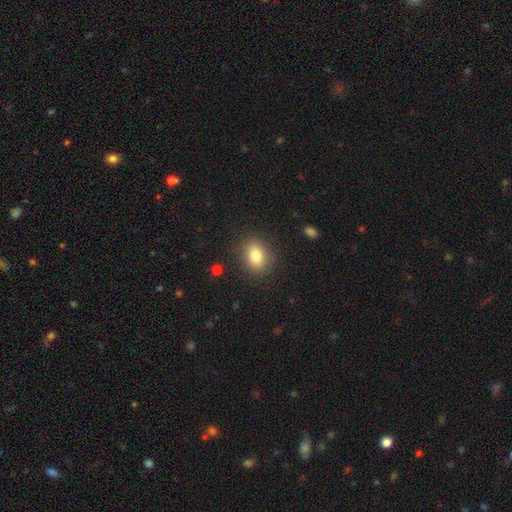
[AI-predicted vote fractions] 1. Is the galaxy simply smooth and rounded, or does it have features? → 82% smooth, 9% star or artifact, 9% featured or disk.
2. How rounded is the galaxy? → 63% in between, 35% round, 1% cigar-shaped.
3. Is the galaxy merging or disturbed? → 86% none, 10% minor disturbance, 3% major disturbance, 1% merger.